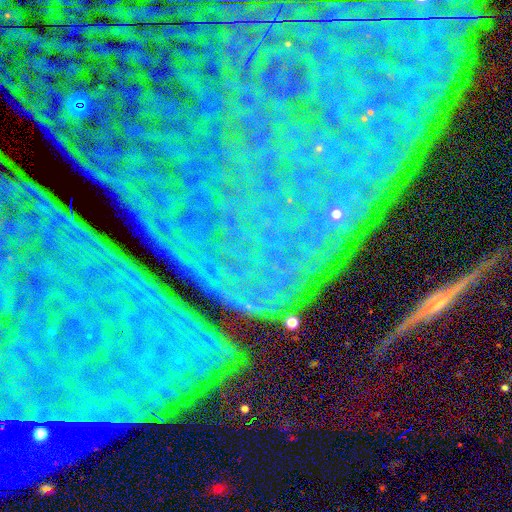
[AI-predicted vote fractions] smooth_or_featured: star or artifact (p=0.82) [alt: featured or disk p=0.10]